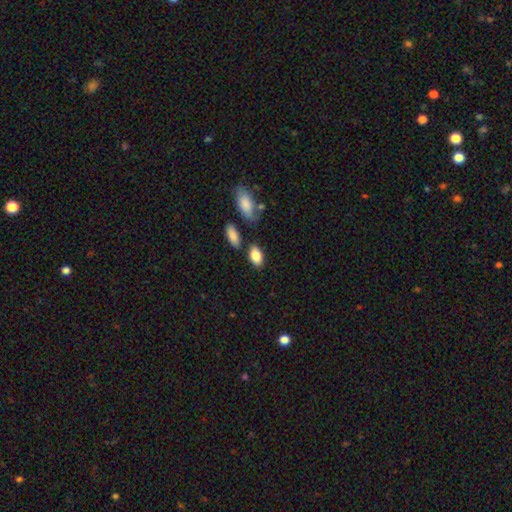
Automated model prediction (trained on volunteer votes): Morphology: type=smooth (85%); roundness=in between (91%); merging=none (77%).